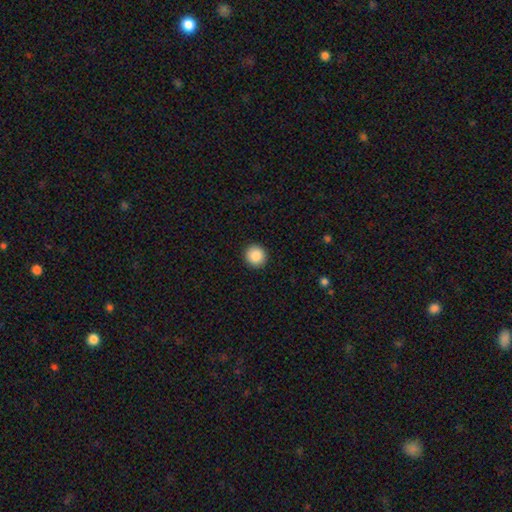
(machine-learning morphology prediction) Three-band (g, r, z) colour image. It shows a smooth galaxy with no disk features (88%) that is round (95%). Merging: none (93%).